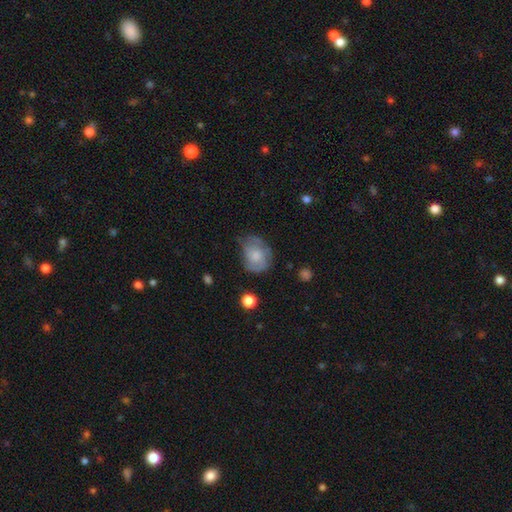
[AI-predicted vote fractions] Q: Smooth or featured?
A: smooth (60%); runner-up: featured or disk (32%)
Q: How rounded?
A: in between (53%); runner-up: round (46%)
Q: Merging?
A: none (48%); runner-up: minor disturbance (33%)